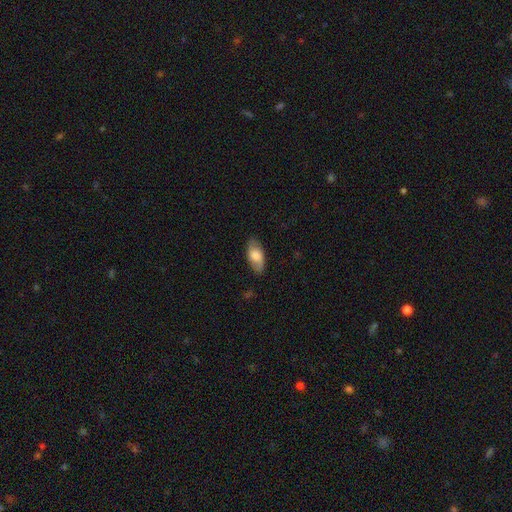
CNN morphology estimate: smooth 67%, featured or disk 27%, star or artifact 6%. Down the decision tree: how rounded — in between (91%); merging — none (80%).